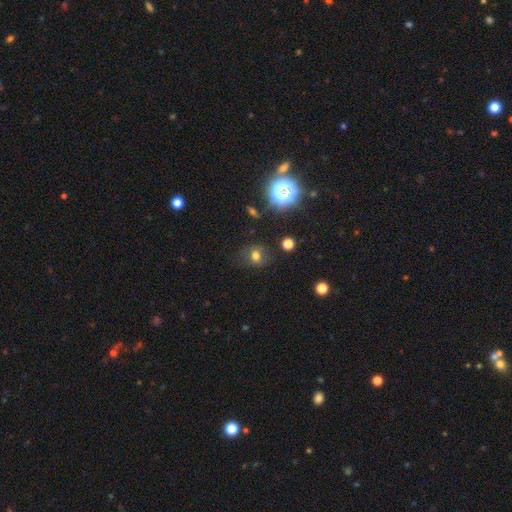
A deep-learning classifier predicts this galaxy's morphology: This appears to be a smooth galaxy with no disk features (66%) that is round (68%). Merging: none (74%).